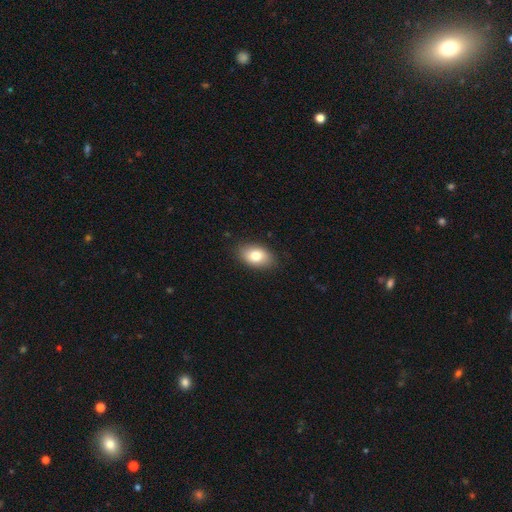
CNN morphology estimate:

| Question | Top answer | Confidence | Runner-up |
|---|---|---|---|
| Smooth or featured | smooth | 80% | featured or disk (13%) |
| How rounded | in between | 88% | round (10%) |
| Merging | none | 85% | minor disturbance (11%) |